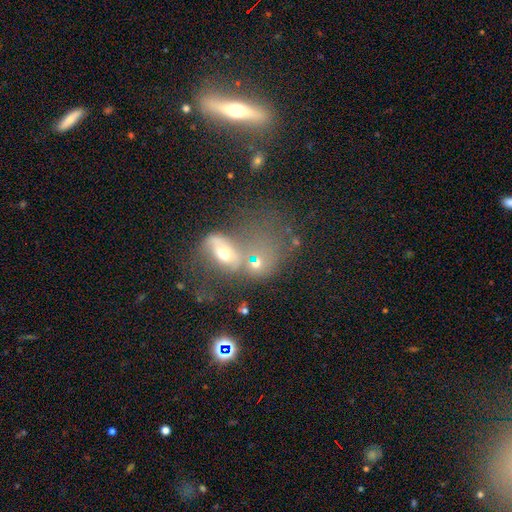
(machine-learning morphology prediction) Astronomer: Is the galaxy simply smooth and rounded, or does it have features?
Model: featured or disk — 43% (runner-up: smooth, 36%).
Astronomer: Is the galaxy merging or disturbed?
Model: merger — 58%.